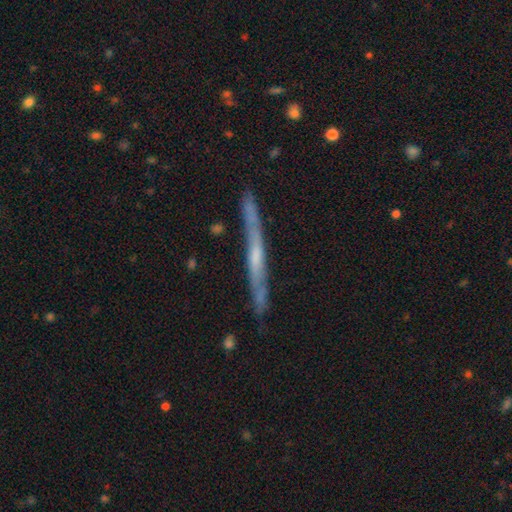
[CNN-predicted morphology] type=featured or disk (72%); edge-on=yes (94%); edge-on bulge=none (56%); merging=none (84%).